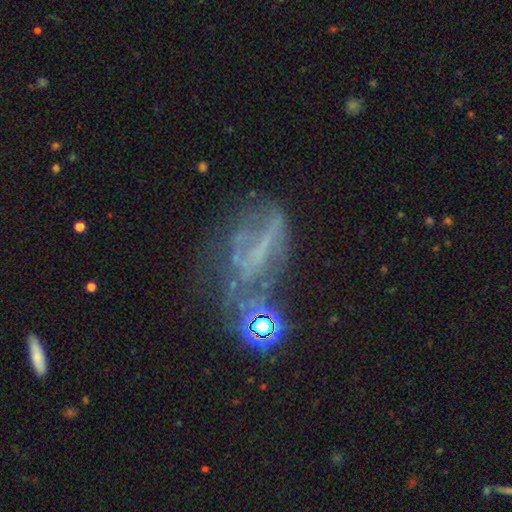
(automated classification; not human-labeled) A featured or disk galaxy (54%).

Vote fractions:
- Smooth or featured? featured or disk: 54% / star or artifact: 28% / smooth: 18%
- Edge-on disk? no: 92% / yes: 8%
- Merging? none: 38% / major disturbance: 33% / minor disturbance: 20% / merger: 10%